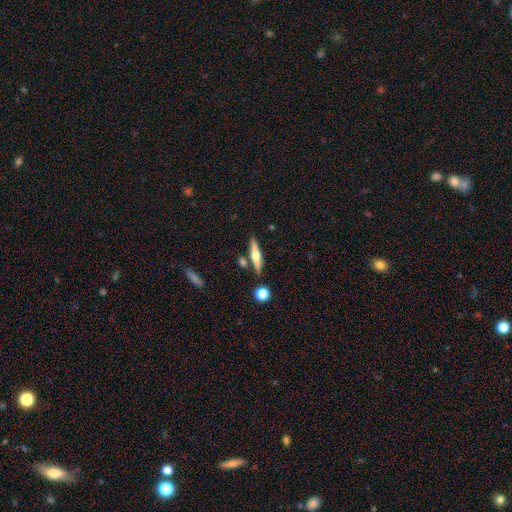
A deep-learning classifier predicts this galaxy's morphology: Smooth or featured? featured or disk (57%)
Edge-on disk? yes (95%)
Edge-on bulge? rounded (91%)
Merging? none (80%)